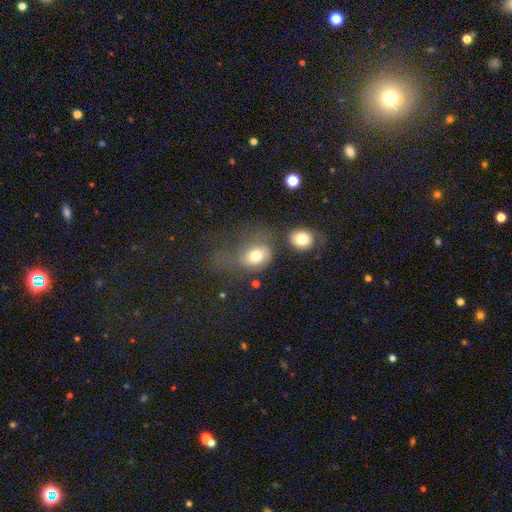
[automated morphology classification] smooth-or-featured: smooth: 74% | featured or disk: 14% | star or artifact: 12%
  how-rounded: round: 52% | in between: 46% | cigar-shaped: 1%
  merging: major disturbance: 33% | none: 32% | minor disturbance: 21% | merger: 14%